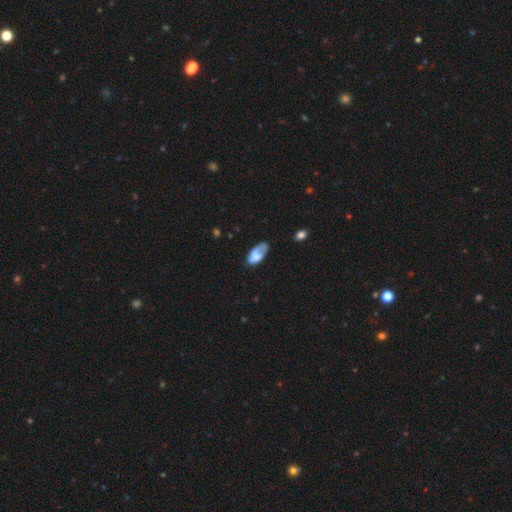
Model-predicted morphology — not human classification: The model was most divided on "merging": none: 45%, minor disturbance: 34%, major disturbance: 17%, merger: 4%. More confident: how rounded — in between (92%); smooth or featured — smooth (65%).